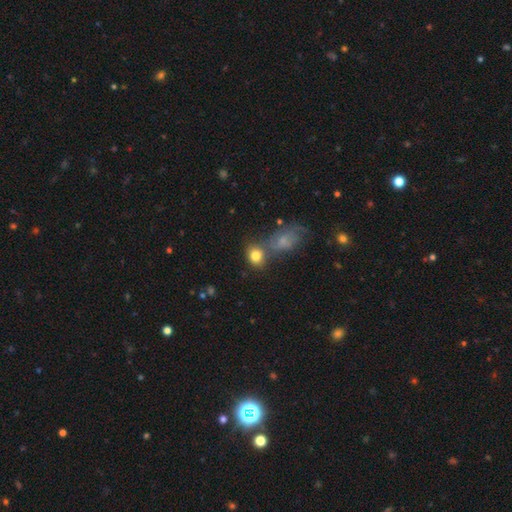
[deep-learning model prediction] This is likely a smooth galaxy (79%). How rounded: possibly round (58%). Merging: possibly none (54%).